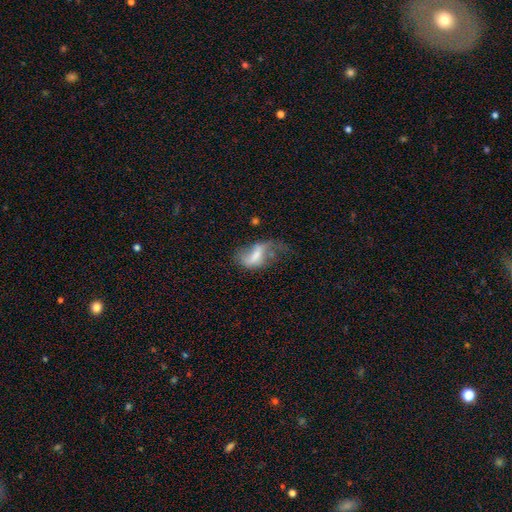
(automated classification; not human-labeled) smooth-or-featured: smooth: 47% | featured or disk: 43% | star or artifact: 10%
  merging: major disturbance: 45% | minor disturbance: 26% | none: 24% | merger: 6%